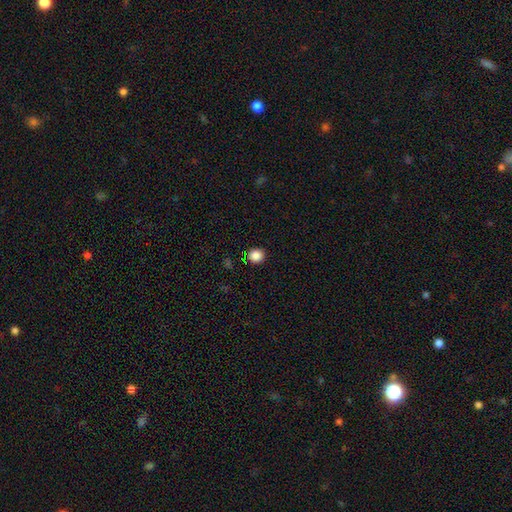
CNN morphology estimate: type=smooth (85%); roundness=round (90%); merging=none (91%).